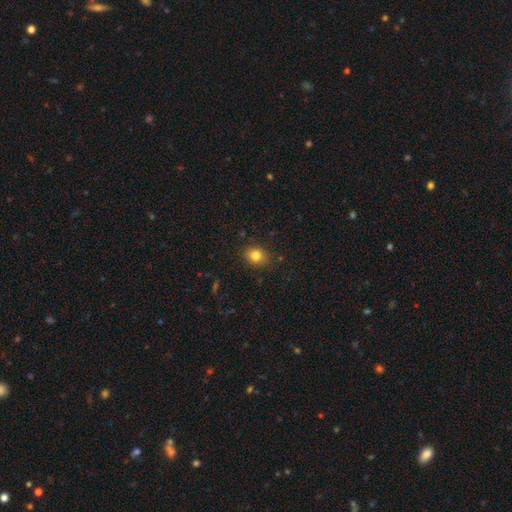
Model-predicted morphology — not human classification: This is clearly a smooth galaxy (80%). How rounded: likely round (60%). Merging: clearly none (87%).